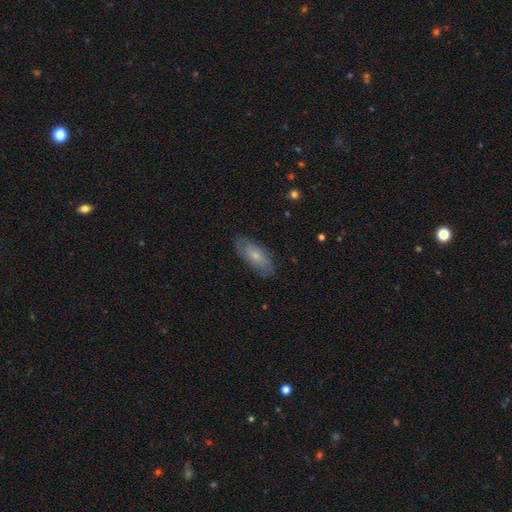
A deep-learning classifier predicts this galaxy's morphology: Overall: smooth (60%; featured or disk 34%). How rounded: in between (78%). Merging: none (80%).